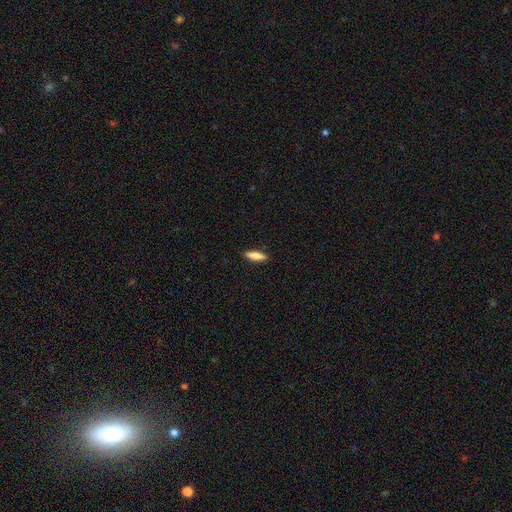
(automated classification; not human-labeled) Smooth or featured? smooth (70%)
How rounded? cigar-shaped (58%)
Merging? none (90%)